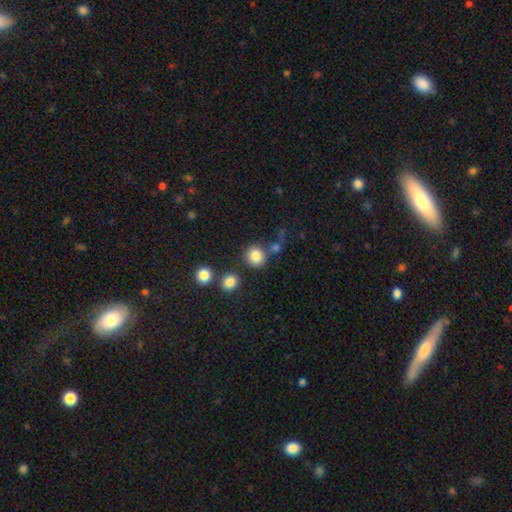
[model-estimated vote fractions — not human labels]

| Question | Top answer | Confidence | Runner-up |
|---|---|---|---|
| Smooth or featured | smooth | 83% | star or artifact (11%) |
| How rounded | round | 87% | in between (12%) |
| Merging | none | 72% | merger (13%) |